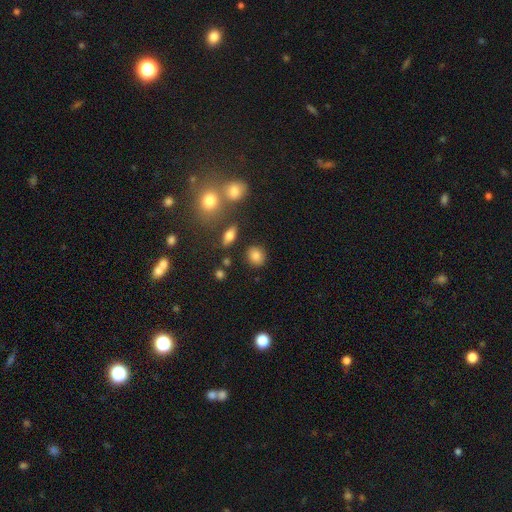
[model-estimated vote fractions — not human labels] Smooth or featured? smooth (83%)
How rounded? round (66%)
Merging? none (84%)